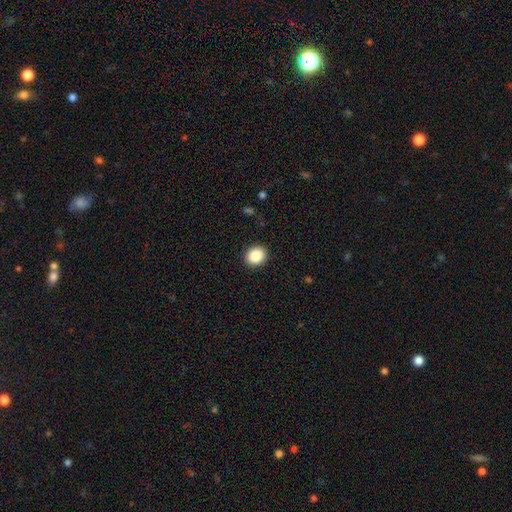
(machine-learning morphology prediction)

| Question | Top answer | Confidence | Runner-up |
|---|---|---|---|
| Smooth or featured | smooth | 87% | star or artifact (9%) |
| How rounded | round | 73% | in between (26%) |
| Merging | none | 92% | minor disturbance (6%) |